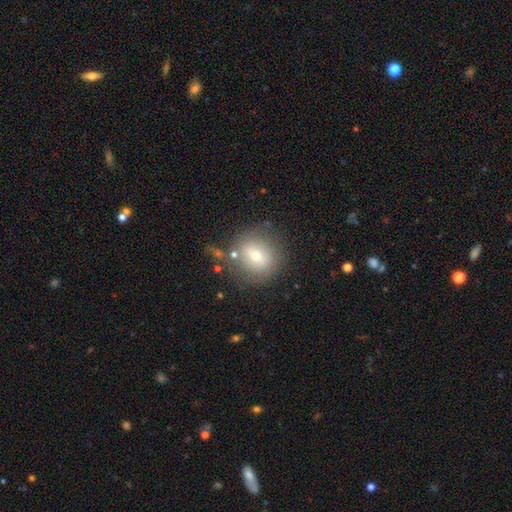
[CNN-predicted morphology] Q: Smooth or featured?
A: smooth (65%); runner-up: featured or disk (23%)
Q: How rounded?
A: round (87%); runner-up: in between (12%)
Q: Merging?
A: none (77%); runner-up: minor disturbance (12%)